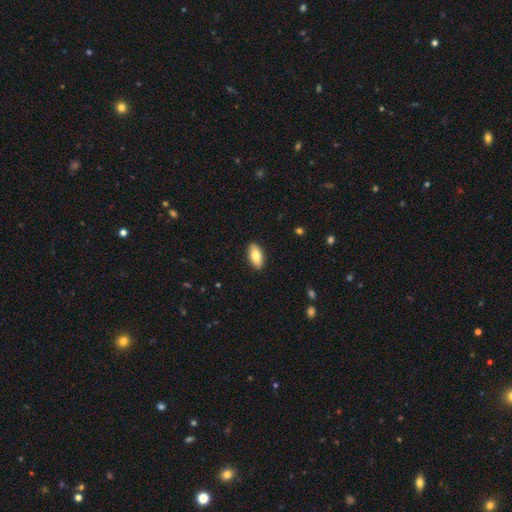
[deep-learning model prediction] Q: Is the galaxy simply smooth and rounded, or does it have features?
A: smooth — 76%.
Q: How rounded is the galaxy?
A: in between — 88%.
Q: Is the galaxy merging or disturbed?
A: none — 90%.